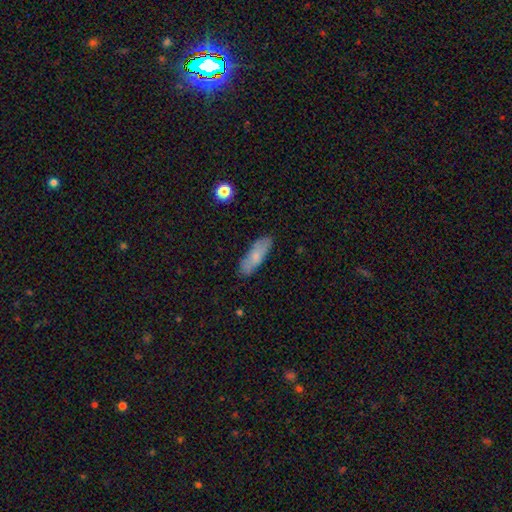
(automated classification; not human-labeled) A smooth galaxy with no disk features (71%) that is in between round and cigar-shaped (58%).

Vote fractions:
- Smooth or featured? smooth: 71% / featured or disk: 23% / star or artifact: 7%
- How rounded? in between: 58% / cigar-shaped: 40% / round: 2%
- Merging? none: 82% / minor disturbance: 14% / major disturbance: 3% / merger: 1%